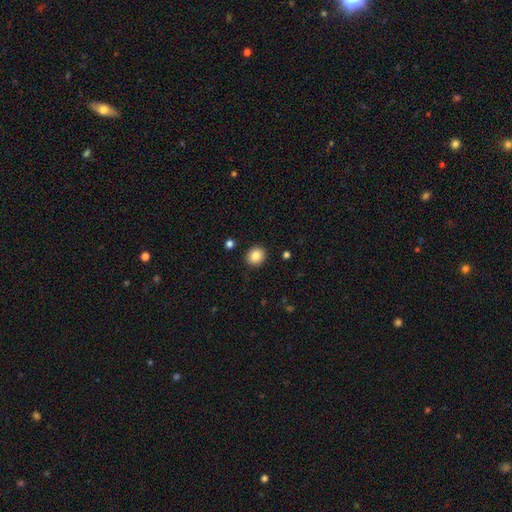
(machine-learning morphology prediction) Smooth or featured? smooth (85%)
How rounded? round (76%)
Merging? none (90%)